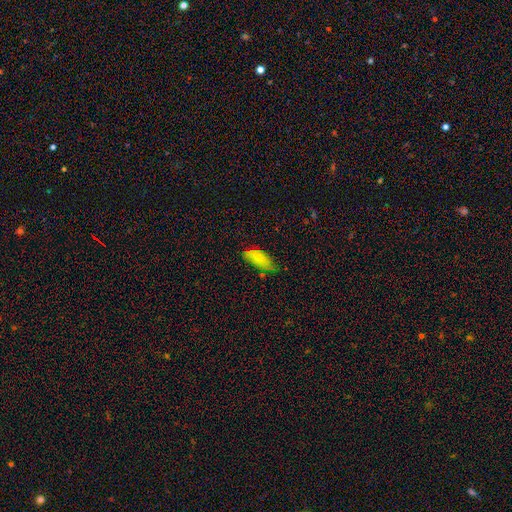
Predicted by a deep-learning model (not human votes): Smooth or featured: smooth — 64% (featured or disk — 23%)
How rounded: in between — 78% (cigar-shaped — 18%)
Merging: none — 64% (minor disturbance — 28%)